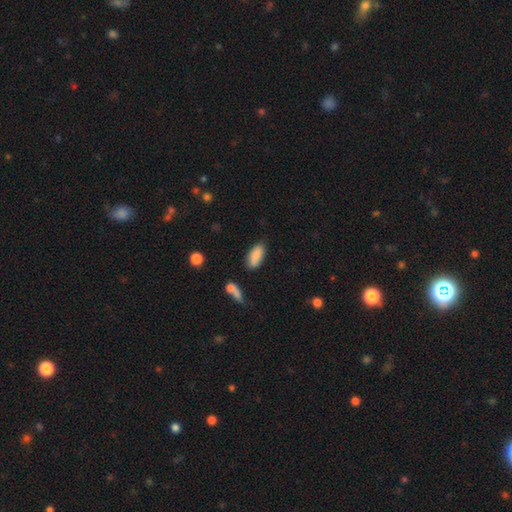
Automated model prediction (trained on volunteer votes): smooth_or_featured: smooth (p=0.86) [alt: featured or disk p=0.07]
how_rounded: in between (p=0.87) [alt: cigar-shaped p=0.11]
merging: none (p=0.77) [alt: minor disturbance p=0.15]